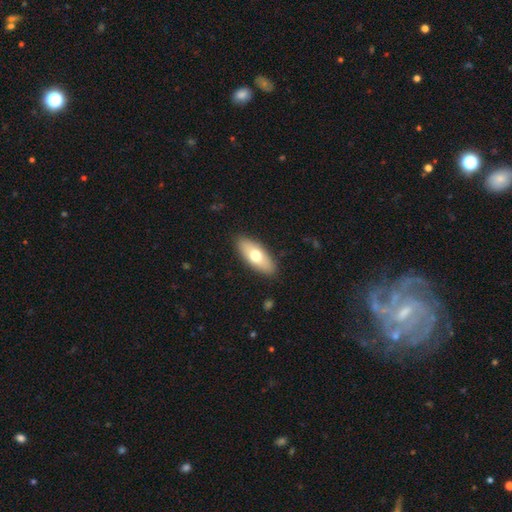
Smooth or featured?
  - smooth: 76% *
  - featured or disk: 24%
  - star or artifact: 0%
How rounded?
  - in between: 79% *
  - cigar-shaped: 14%
  - round: 7%
Merging?
  - none: 86% *
  - minor disturbance: 11%
  - major disturbance: 3%
  - merger: 0%